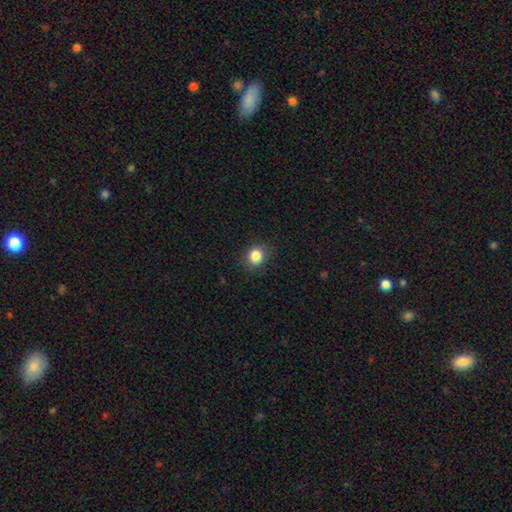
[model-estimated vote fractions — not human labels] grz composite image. It shows a smooth galaxy with no disk features (84%) that is round (78%). Merging: none (87%).